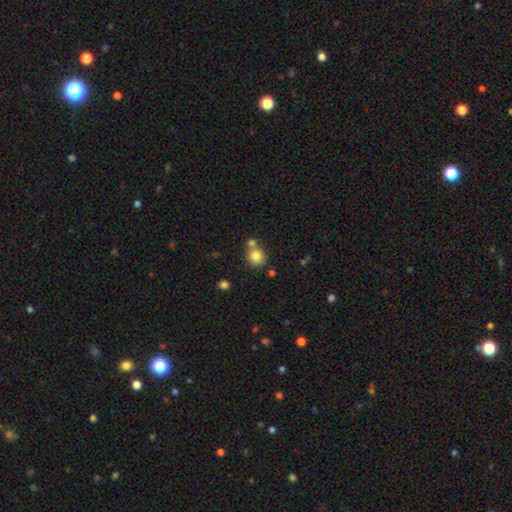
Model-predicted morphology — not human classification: A smooth galaxy with no disk features (80%) that is round (83%).

Vote fractions:
- Smooth or featured? smooth: 80% / star or artifact: 11% / featured or disk: 9%
- How rounded? round: 83% / in between: 17% / cigar-shaped: 1%
- Merging? none: 59% / merger: 29% / minor disturbance: 9% / major disturbance: 3%